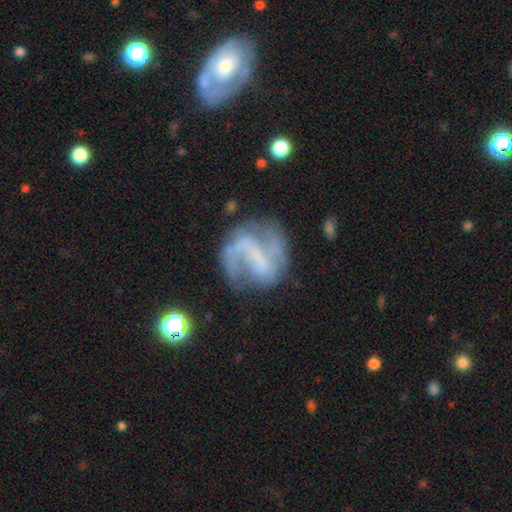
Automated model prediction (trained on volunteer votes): This appears to be a featured or disk galaxy (76%) with a strong bar (42%), 2 (63%) loose (42%) spiral arms (83%) and no central bulge (59%). Merging: none (57%).